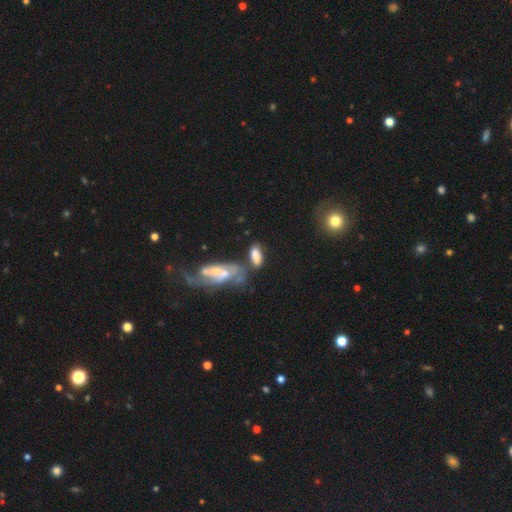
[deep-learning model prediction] Smooth or featured? smooth (70%)
How rounded? in between (80%)
Merging? none (39%)